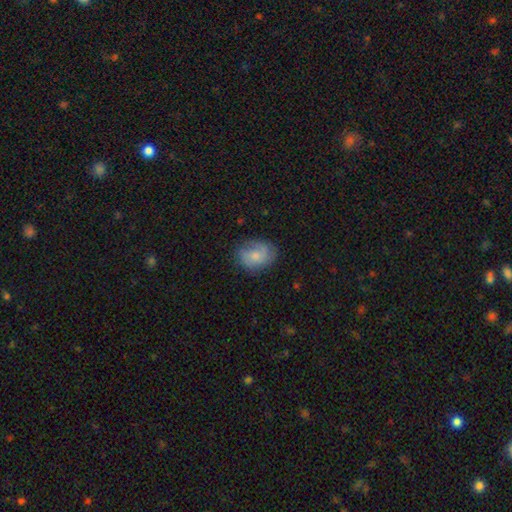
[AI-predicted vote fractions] smooth 59%, featured or disk 34%, star or artifact 7%. Down the decision tree: how rounded — in between (57%); merging — none (69%).